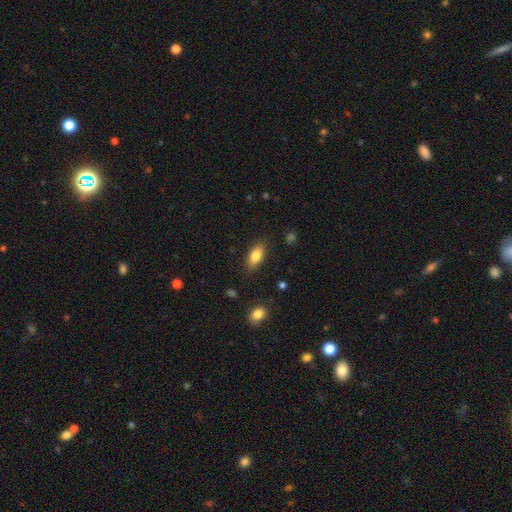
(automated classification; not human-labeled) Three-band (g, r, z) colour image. It shows a smooth galaxy with no disk features (81%) that is in between round and cigar-shaped (84%). Merging: none (85%).